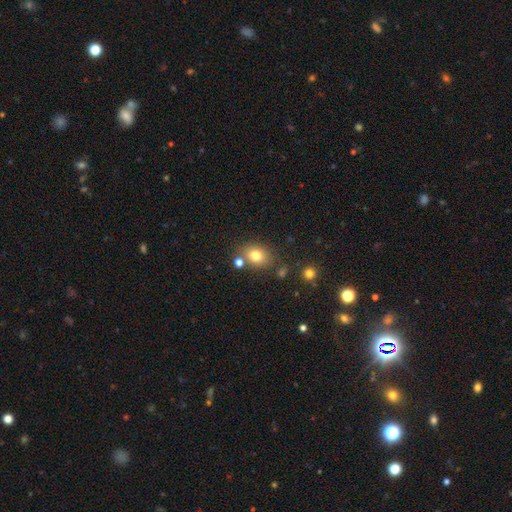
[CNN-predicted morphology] A smooth galaxy with no disk features (78%) that is in between round and cigar-shaped (54%). Merging: none (72%).